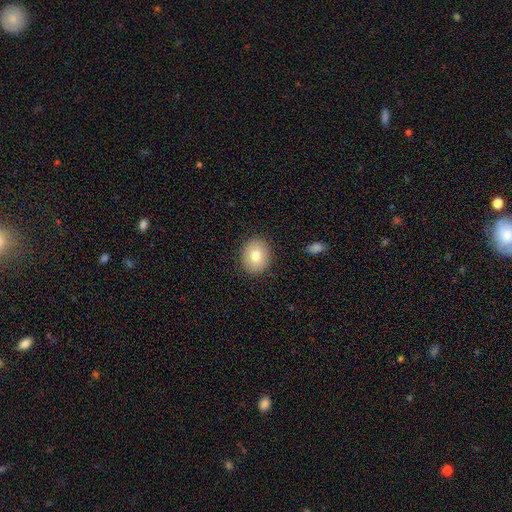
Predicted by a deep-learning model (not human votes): smooth 78%, featured or disk 13%, star or artifact 8%. Down the decision tree: how rounded — round (64%); merging — none (88%).